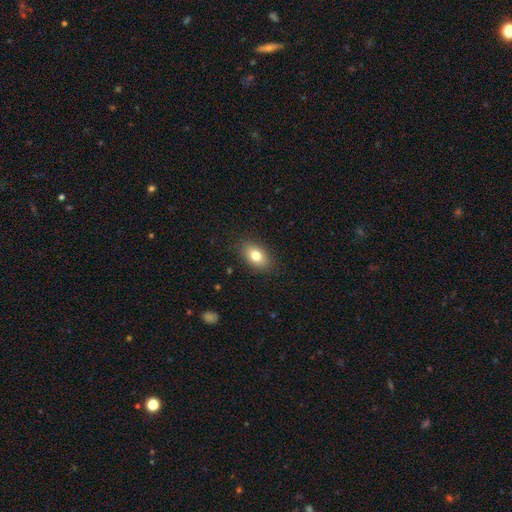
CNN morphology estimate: smooth_or_featured: smooth (p=0.78) [alt: featured or disk p=0.13]
how_rounded: in between (p=0.87) [alt: round p=0.11]
merging: none (p=0.87) [alt: minor disturbance p=0.09]